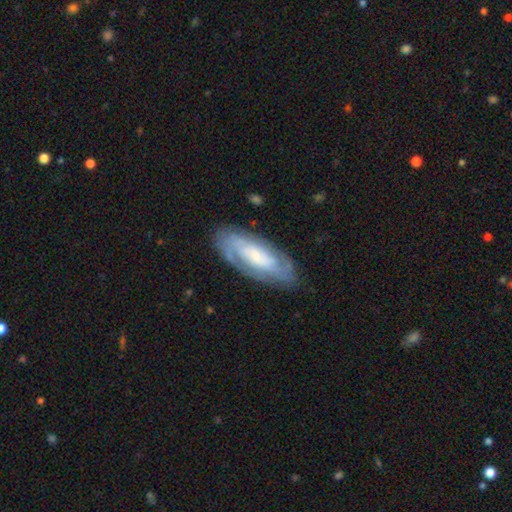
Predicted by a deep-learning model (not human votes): featured or disk 68%, smooth 25%, star or artifact 6%. Down the decision tree: edge-on disk — no (88%); bar — no (60%); spiral arms — yes (86%); spiral arm count — can't tell (42%); spiral winding — tight (61%); bulge size — small (49%); merging — none (77%).